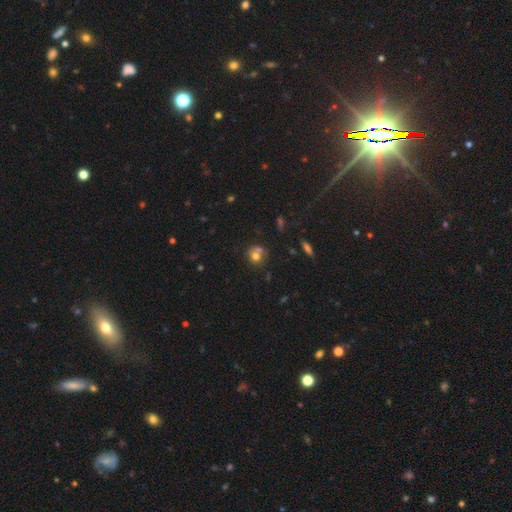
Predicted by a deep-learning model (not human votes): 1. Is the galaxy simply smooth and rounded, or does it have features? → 68% smooth, 18% featured or disk, 14% star or artifact.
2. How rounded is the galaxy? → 81% round, 17% in between, 1% cigar-shaped.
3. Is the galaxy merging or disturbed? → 45% none, 38% merger, 12% minor disturbance, 6% major disturbance.